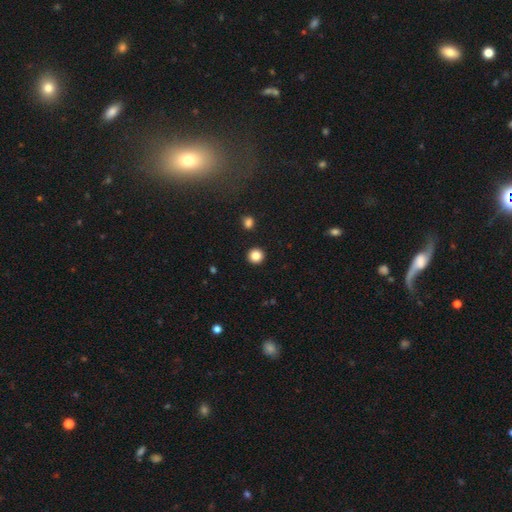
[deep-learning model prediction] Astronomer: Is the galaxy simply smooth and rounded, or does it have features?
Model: smooth — 86%.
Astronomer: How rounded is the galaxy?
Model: round — 94%.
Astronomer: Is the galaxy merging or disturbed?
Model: none — 93%.